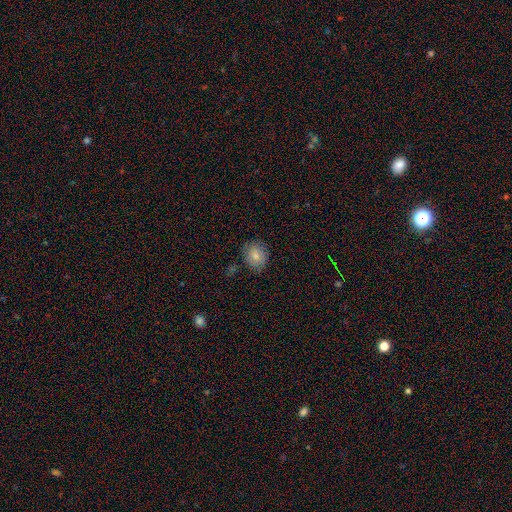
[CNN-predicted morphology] A smooth galaxy with no disk features (78%) that is round (73%). Merging: none (79%).